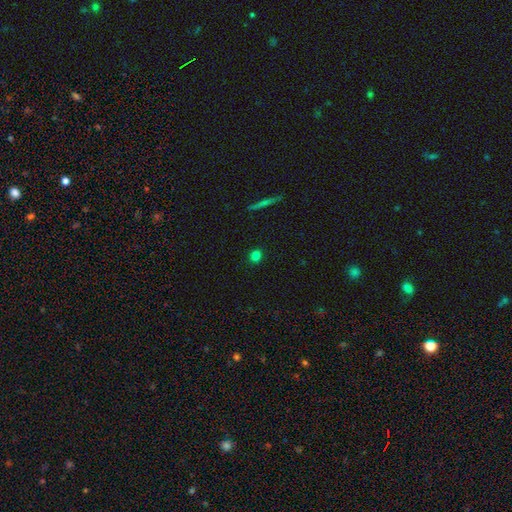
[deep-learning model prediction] A smooth galaxy with no disk features (82%) that is round (77%). Merging: none (90%).